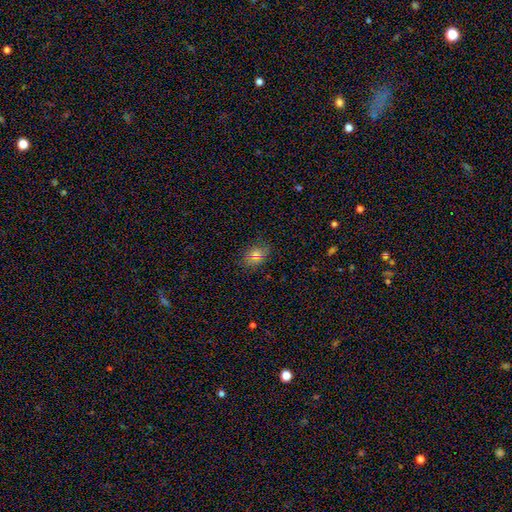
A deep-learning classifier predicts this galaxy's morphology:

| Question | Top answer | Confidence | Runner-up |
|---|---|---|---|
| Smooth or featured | smooth | 76% | featured or disk (13%) |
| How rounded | in between | 67% | round (31%) |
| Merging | none | 77% | minor disturbance (18%) |